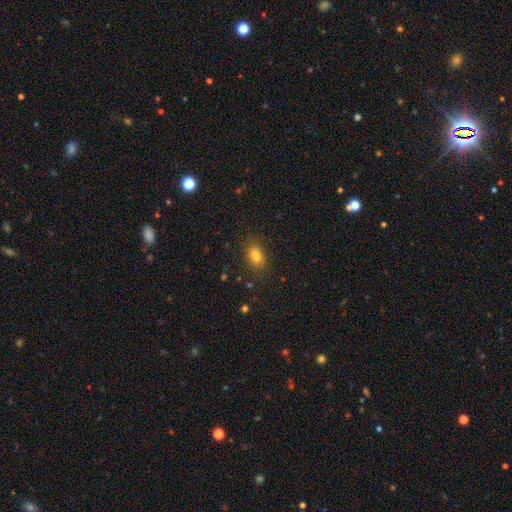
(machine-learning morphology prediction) A smooth galaxy with no disk features (81%) that is in between round and cigar-shaped (84%). Merging: none (83%).